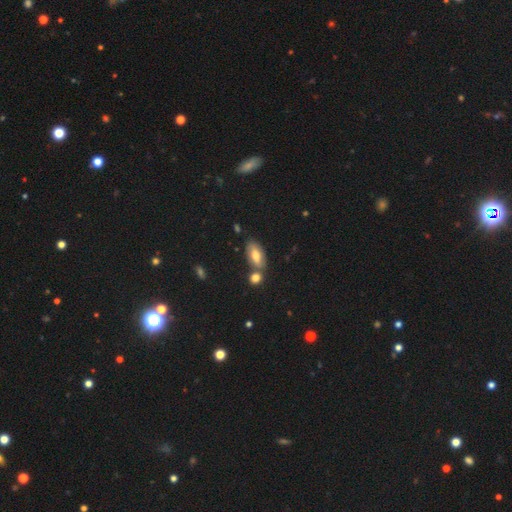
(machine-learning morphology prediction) type=smooth (68%); roundness=in between (87%); merging=none (63%).